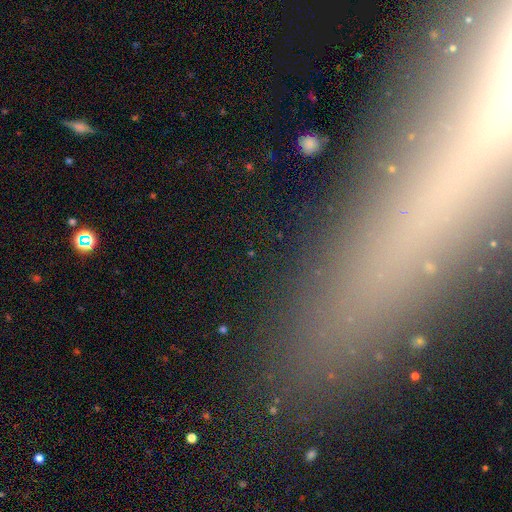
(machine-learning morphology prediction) Smooth or featured?
  - star or artifact: 38% *
  - smooth: 33%
  - featured or disk: 29%